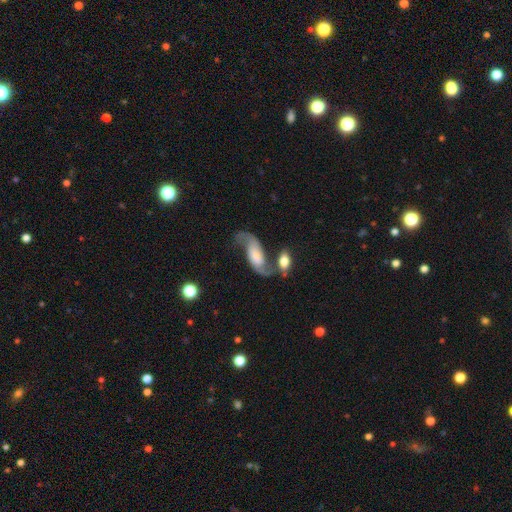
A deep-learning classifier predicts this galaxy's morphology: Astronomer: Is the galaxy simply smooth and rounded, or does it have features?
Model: featured or disk — 76%.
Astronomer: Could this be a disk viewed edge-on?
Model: no — 94%.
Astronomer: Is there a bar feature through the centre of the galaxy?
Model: no — 55% (runner-up: weak, 32%).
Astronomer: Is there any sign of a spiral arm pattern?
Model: yes — 94%.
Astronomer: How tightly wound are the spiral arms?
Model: loose — 79%.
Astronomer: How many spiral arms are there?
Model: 2 — 91%.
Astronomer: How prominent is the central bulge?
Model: small — 32% (runner-up: moderate, 23%).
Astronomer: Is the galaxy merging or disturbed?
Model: none — 38% (runner-up: merger, 30%).